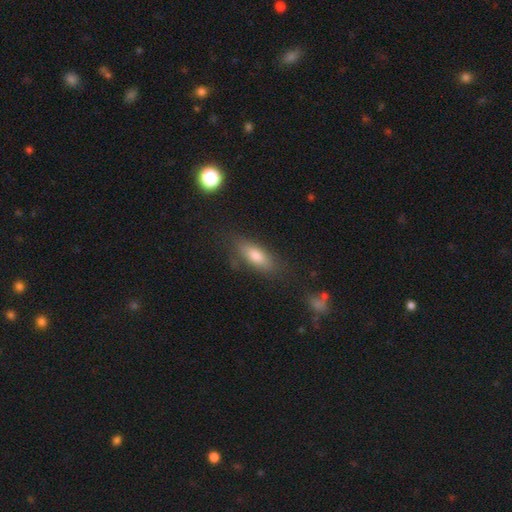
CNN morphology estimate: A smooth galaxy with no disk features (75%) that is in between round and cigar-shaped (72%). Merging: none (77%).